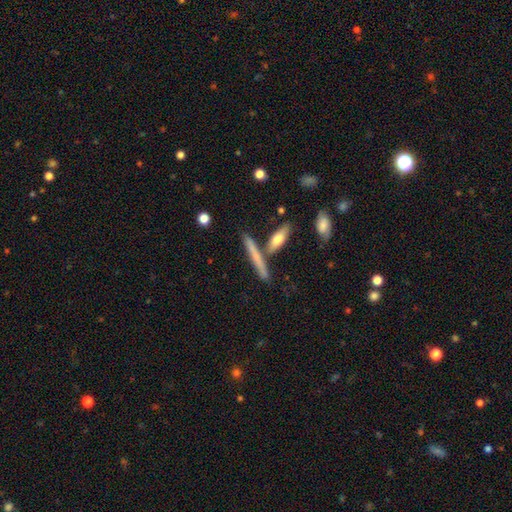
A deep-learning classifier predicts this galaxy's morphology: A smooth galaxy with no disk features (55%) that is cigar-shaped (91%). Merging: none (73%).